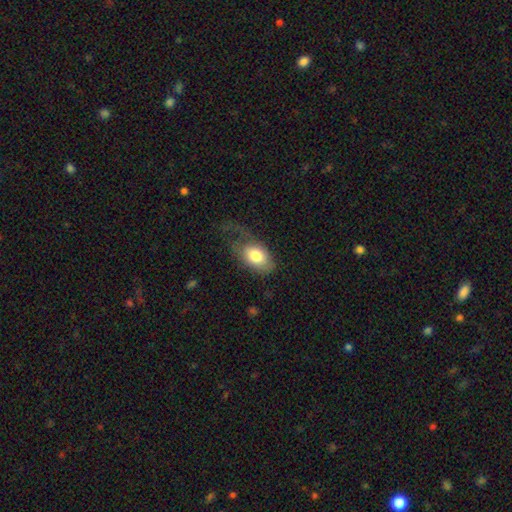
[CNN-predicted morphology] This appears to be a smooth galaxy with no disk features (75%) that is in between round and cigar-shaped (88%). Merging: major disturbance (40%).